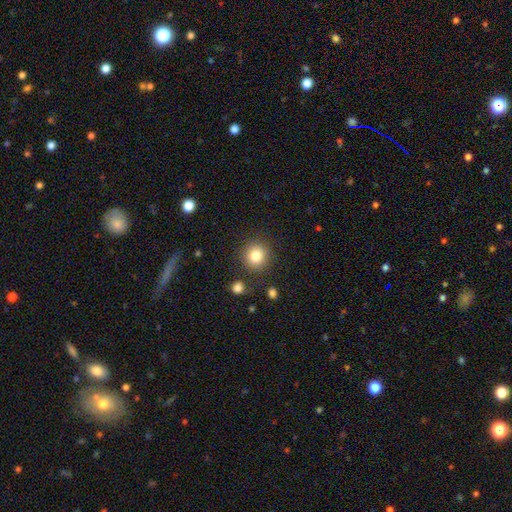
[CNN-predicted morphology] Smooth or featured? smooth (82%)
How rounded? round (91%)
Merging? none (86%)